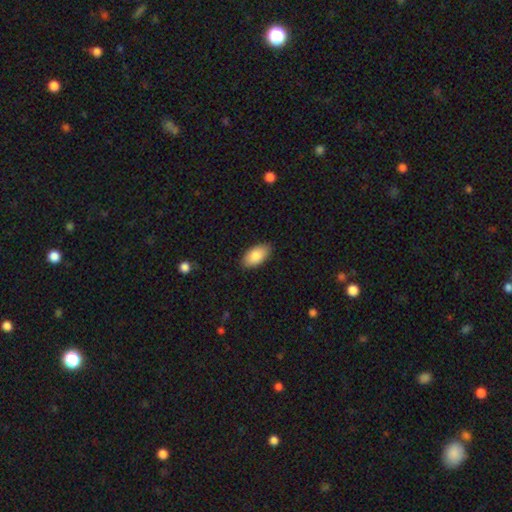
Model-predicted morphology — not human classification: Smooth or featured?
  - smooth: 85% *
  - featured or disk: 8%
  - star or artifact: 6%
How rounded?
  - in between: 95% *
  - round: 3%
  - cigar-shaped: 2%
Merging?
  - none: 87% *
  - minor disturbance: 10%
  - major disturbance: 2%
  - merger: 1%